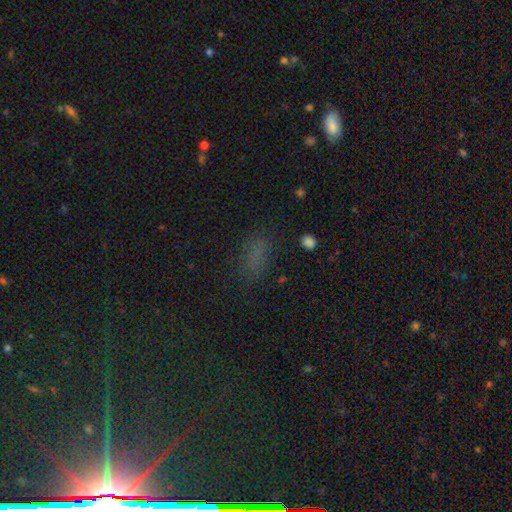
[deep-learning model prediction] Overall: smooth (64%; star or artifact 28%). How rounded: in between (84%). Merging: none (73%).